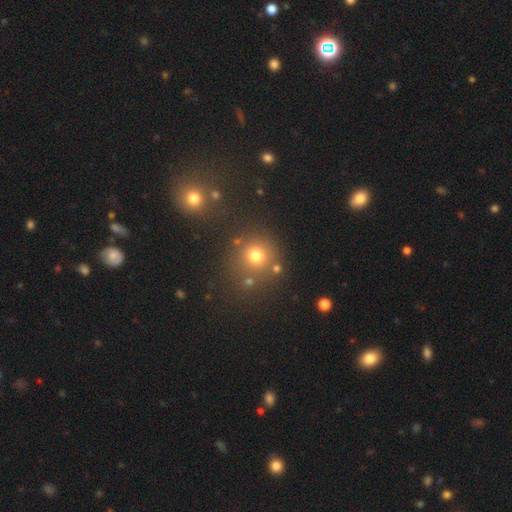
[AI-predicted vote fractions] smooth 73%, star or artifact 20%, featured or disk 8%. Down the decision tree: how rounded — round (90%); merging — none (77%).